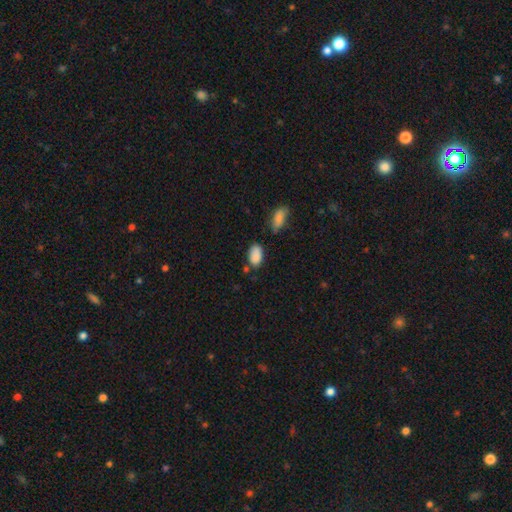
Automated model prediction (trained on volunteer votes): smooth 88%, star or artifact 8%, featured or disk 4%. Down the decision tree: how rounded — in between (93%); merging — none (68%).